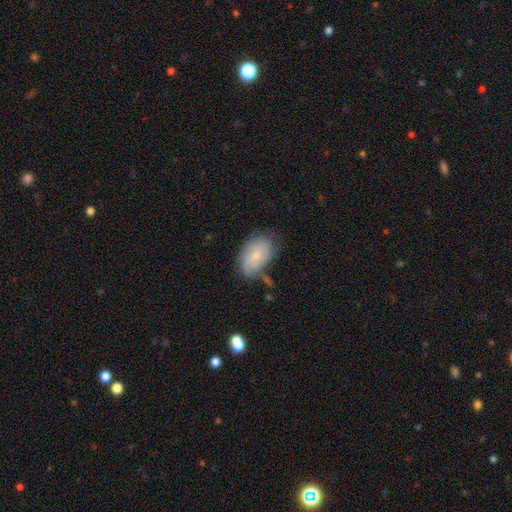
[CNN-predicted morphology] This is likely a smooth galaxy (63%). How rounded: clearly in between (90%). Merging: possibly none (58%).